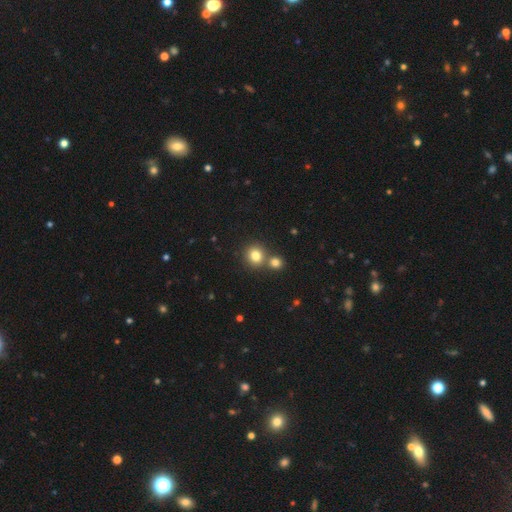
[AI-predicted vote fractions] This appears to be a smooth galaxy with no disk features (79%) that is round (87%). Merging: none (62%).